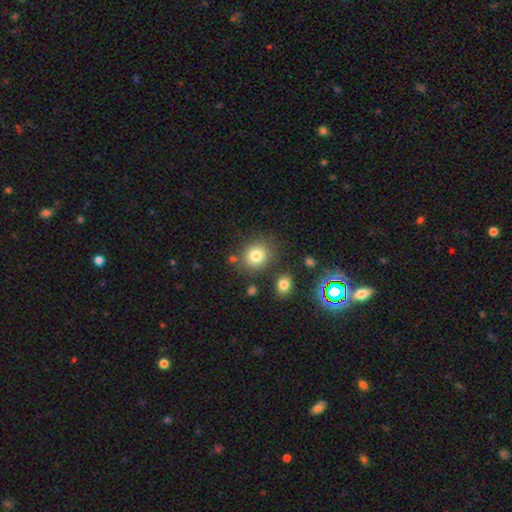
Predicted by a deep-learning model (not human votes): Smooth or featured: smooth — 80% (star or artifact — 12%)
How rounded: round — 75% (in between — 25%)
Merging: none — 78% (minor disturbance — 11%)